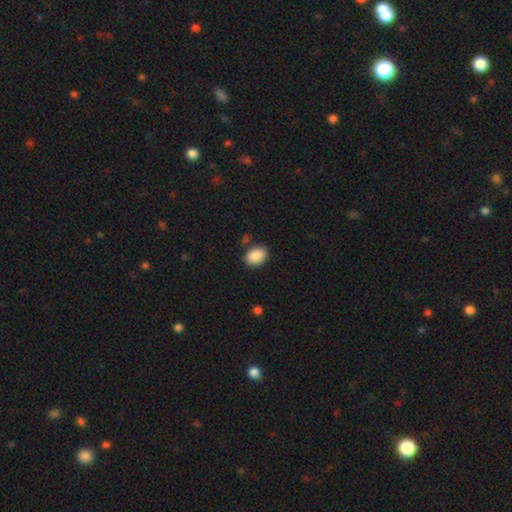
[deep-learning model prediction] This is clearly a smooth galaxy (89%). How rounded: likely in between (76%). Merging: clearly none (83%).